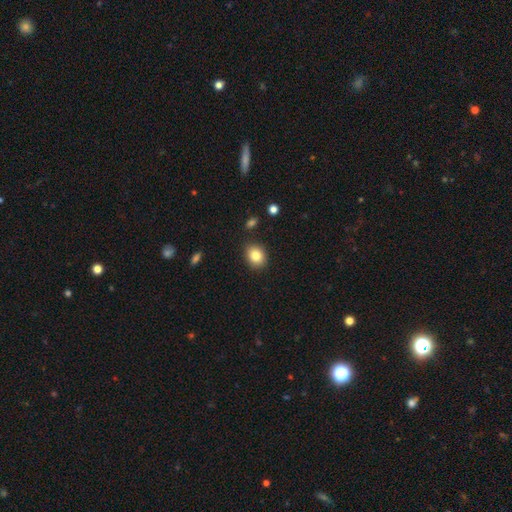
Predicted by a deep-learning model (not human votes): Overall: smooth (84%). How rounded: in between (51%; round 48%). Merging: none (86%).